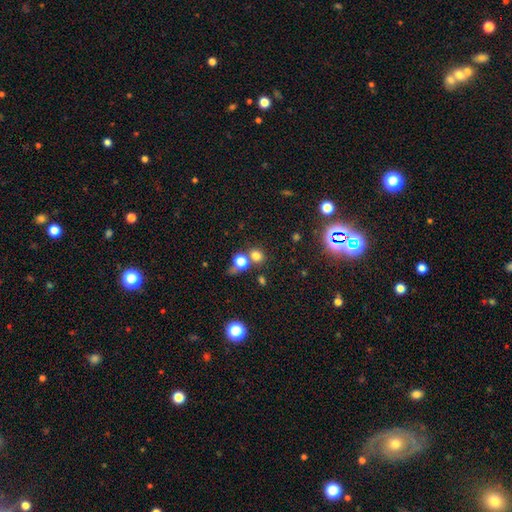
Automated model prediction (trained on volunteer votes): Morphology: type=smooth (74%); roundness=round (79%); merging=none (62%).